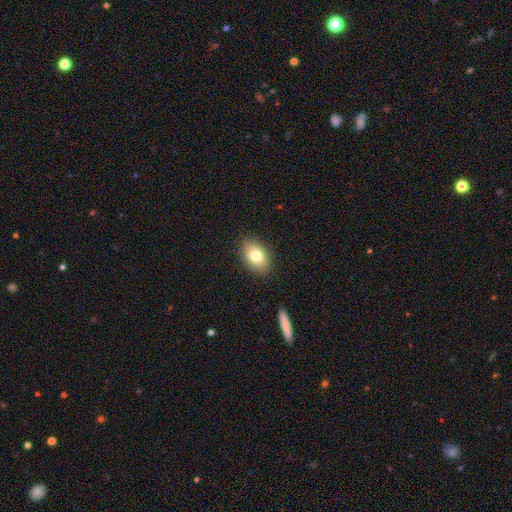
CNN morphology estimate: This appears to be a smooth galaxy with no disk features (80%) that is in between round and cigar-shaped (85%). Merging: none (87%).